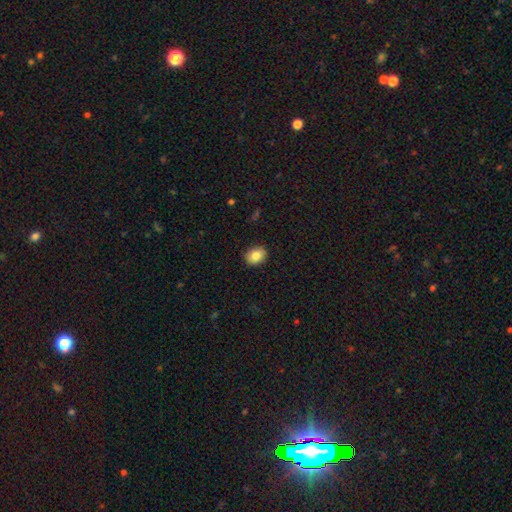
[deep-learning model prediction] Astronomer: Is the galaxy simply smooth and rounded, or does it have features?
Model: smooth — 83%.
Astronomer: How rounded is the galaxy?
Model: in between — 58% (runner-up: round, 41%).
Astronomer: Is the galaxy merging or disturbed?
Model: none — 89%.